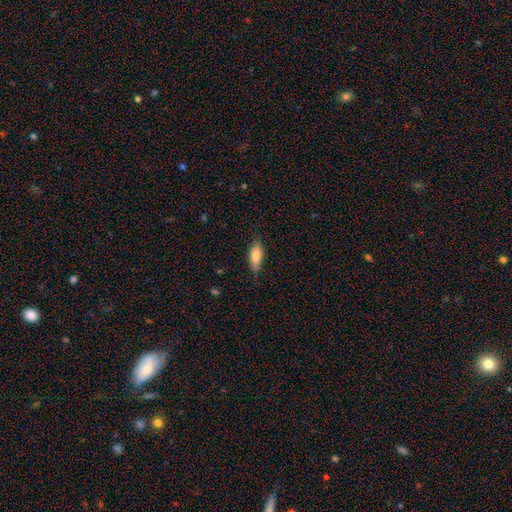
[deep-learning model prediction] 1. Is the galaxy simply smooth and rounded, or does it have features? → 80% smooth, 14% featured or disk, 6% star or artifact.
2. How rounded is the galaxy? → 75% in between, 23% cigar-shaped, 2% round.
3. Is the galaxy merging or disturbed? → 78% none, 18% minor disturbance, 3% major disturbance, 1% merger.